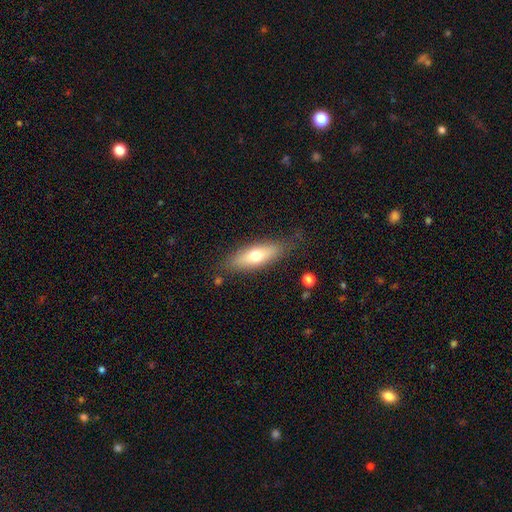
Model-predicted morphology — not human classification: smooth_or_featured: smooth (p=0.62) [alt: featured or disk p=0.31]
how_rounded: in between (p=0.55) [alt: cigar-shaped p=0.42]
merging: none (p=0.78) [alt: minor disturbance p=0.15]